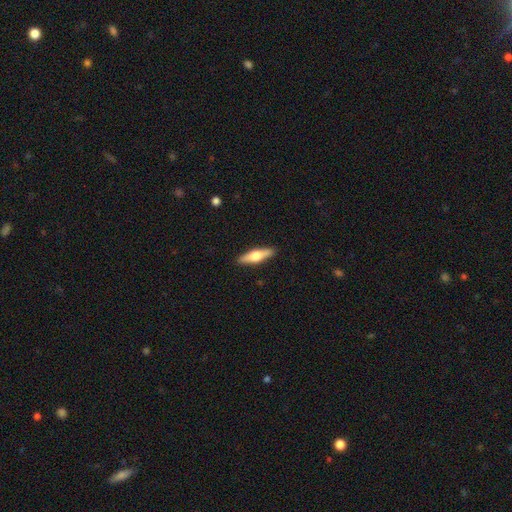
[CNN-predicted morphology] type=smooth (48%); merging=none (90%).